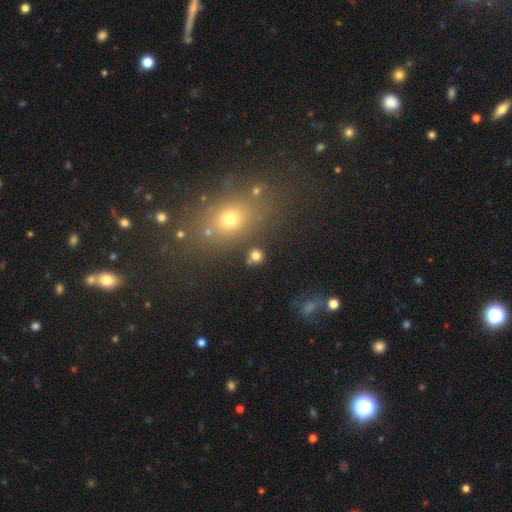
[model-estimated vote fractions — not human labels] Morphology: type=smooth (76%); roundness=round (80%); merging=none (81%).